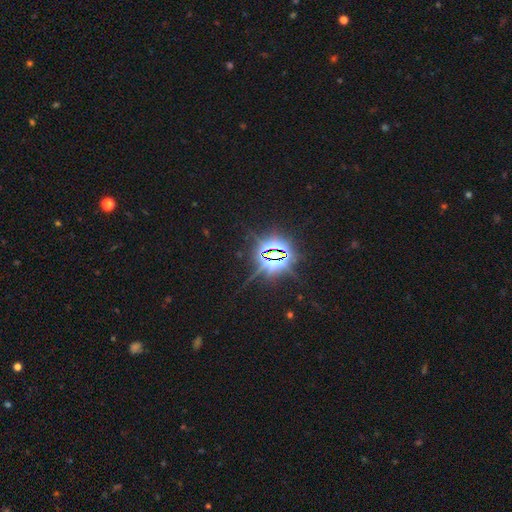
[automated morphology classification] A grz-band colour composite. It shows a star or artifact, not a galaxy (83%).